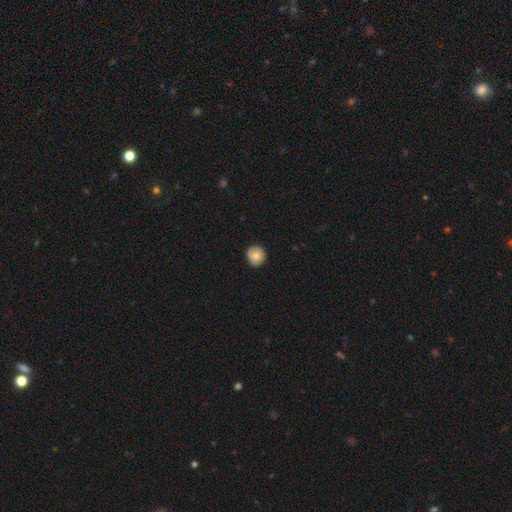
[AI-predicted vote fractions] Smooth or featured? Predicted: smooth (p=0.81). How rounded? Predicted: round (p=0.90). Merging? Predicted: none (p=0.86).